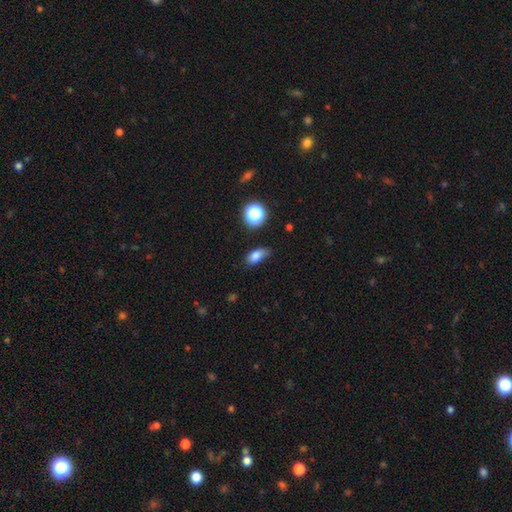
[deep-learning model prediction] This appears to be a smooth galaxy with no disk features (80%) that is in between round and cigar-shaped (82%). Merging: none (61%).